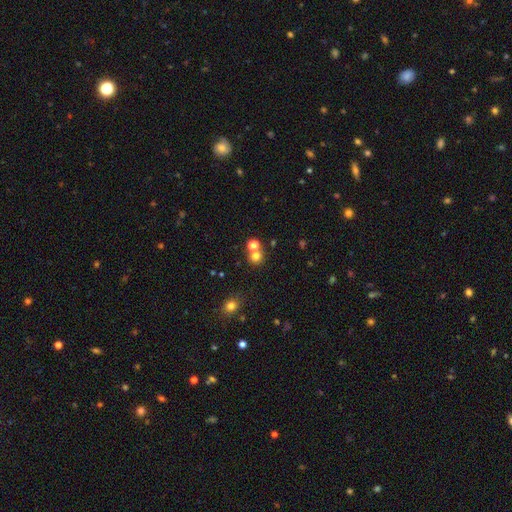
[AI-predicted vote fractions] Morphology: type=smooth (74%); roundness=round (87%); merging=none (59%).